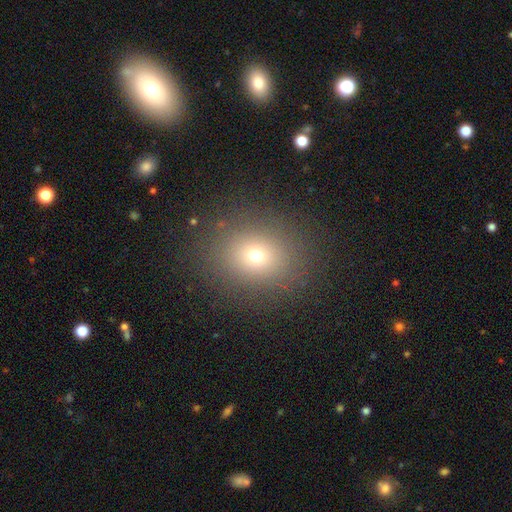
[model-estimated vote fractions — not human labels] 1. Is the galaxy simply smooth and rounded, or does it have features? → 69% smooth, 20% star or artifact, 11% featured or disk.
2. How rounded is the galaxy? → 67% round, 32% in between, 1% cigar-shaped.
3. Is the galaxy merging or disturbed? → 86% none, 8% minor disturbance, 4% major disturbance, 1% merger.